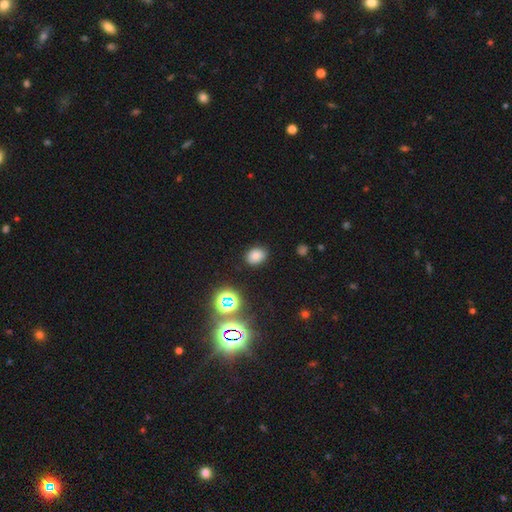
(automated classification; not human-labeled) Morphology: type=smooth (77%); roundness=in between (64%); merging=none (85%).